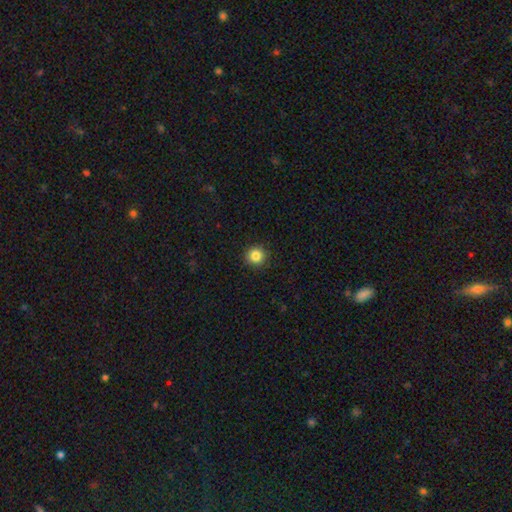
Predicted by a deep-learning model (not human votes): The model was most divided on "smooth or featured": smooth: 85%, star or artifact: 11%, featured or disk: 4%. More confident: how rounded — round (94%); merging — none (92%).